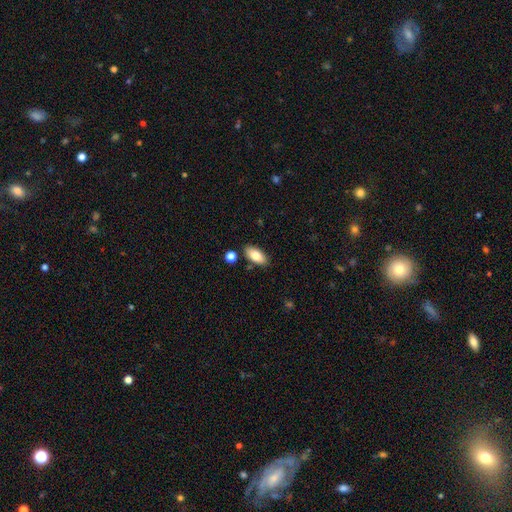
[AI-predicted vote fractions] Smooth or featured: smooth — 84% (featured or disk — 9%)
How rounded: in between — 91% (cigar-shaped — 6%)
Merging: none — 84% (minor disturbance — 10%)